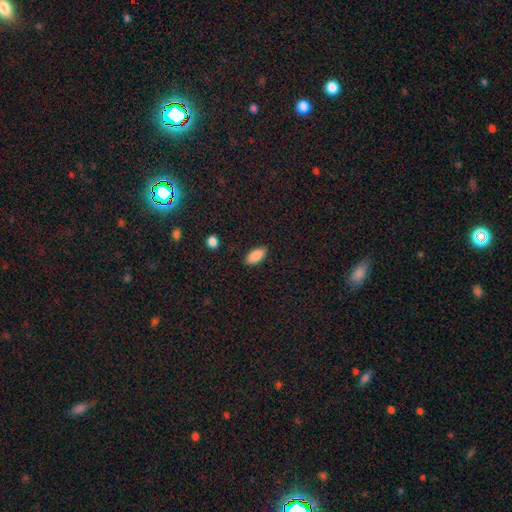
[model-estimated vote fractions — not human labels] A smooth galaxy with no disk features (87%) that is in between round and cigar-shaped (90%).

Vote fractions:
- Smooth or featured? smooth: 87% / star or artifact: 7% / featured or disk: 5%
- How rounded? in between: 90% / cigar-shaped: 7% / round: 2%
- Merging? none: 87% / minor disturbance: 10% / major disturbance: 2% / merger: 1%